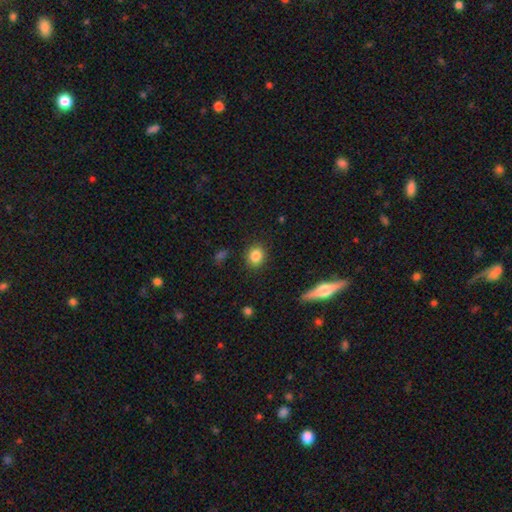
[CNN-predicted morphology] smooth-or-featured: smooth: 85% | star or artifact: 9% | featured or disk: 6%
  how-rounded: round: 66% | in between: 32% | cigar-shaped: 2%
  merging: none: 87% | minor disturbance: 9% | major disturbance: 3% | merger: 2%